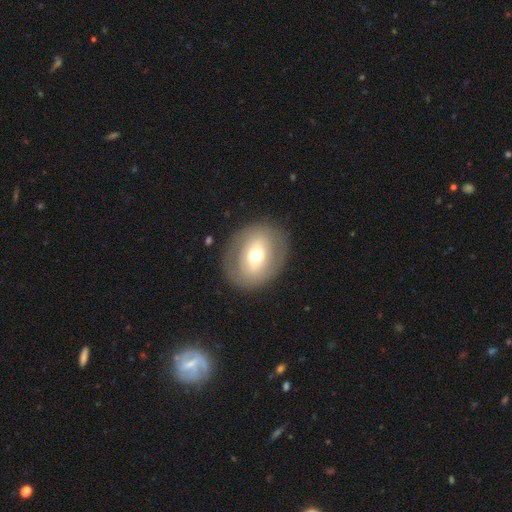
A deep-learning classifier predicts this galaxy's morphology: The model was most divided on "smooth or featured": smooth: 52%, featured or disk: 40%, star or artifact: 8%. More confident: merging — none (84%); how rounded — round (57%).